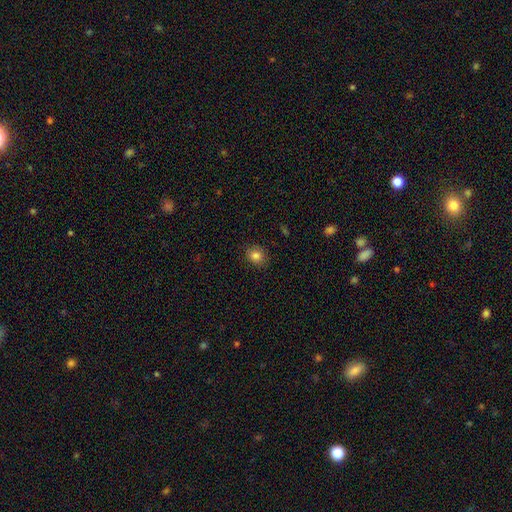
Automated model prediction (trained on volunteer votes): Smooth or featured?
  - smooth: 83% *
  - star or artifact: 11%
  - featured or disk: 6%
How rounded?
  - round: 64% *
  - in between: 35%
  - cigar-shaped: 1%
Merging?
  - none: 87% *
  - minor disturbance: 10%
  - major disturbance: 2%
  - merger: 1%